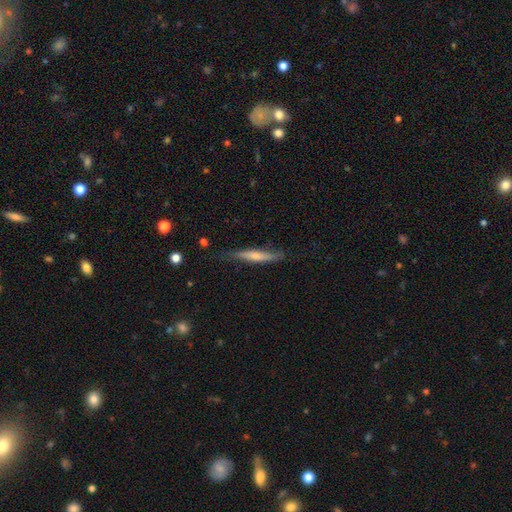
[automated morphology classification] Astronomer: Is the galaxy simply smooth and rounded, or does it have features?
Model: smooth — 55% (runner-up: featured or disk, 39%).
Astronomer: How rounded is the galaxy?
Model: cigar-shaped — 91%.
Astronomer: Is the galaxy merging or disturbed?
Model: none — 70%.